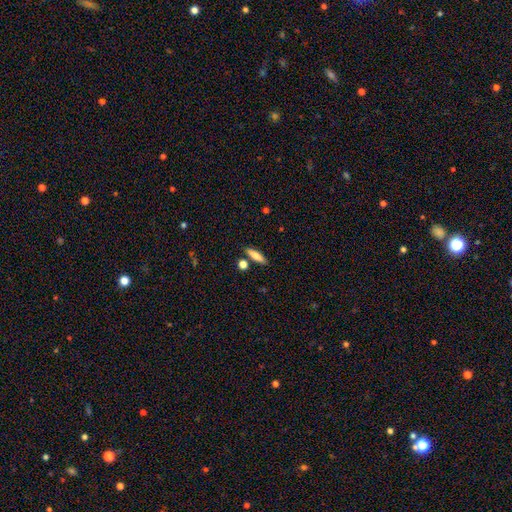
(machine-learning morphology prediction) Smooth or featured? Predicted: smooth (p=0.69). How rounded? Predicted: cigar-shaped (p=0.60). Merging? Predicted: none (p=0.81).